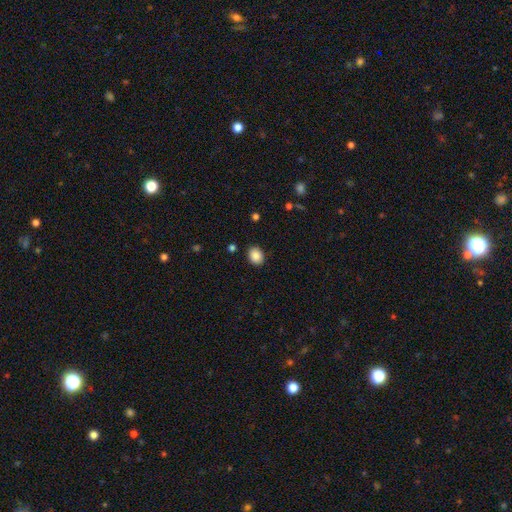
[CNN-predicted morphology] Smooth or featured?
  - smooth: 88% *
  - star or artifact: 9%
  - featured or disk: 4%
How rounded?
  - in between: 52% *
  - round: 47%
  - cigar-shaped: 1%
Merging?
  - none: 88% *
  - minor disturbance: 8%
  - major disturbance: 2%
  - merger: 1%